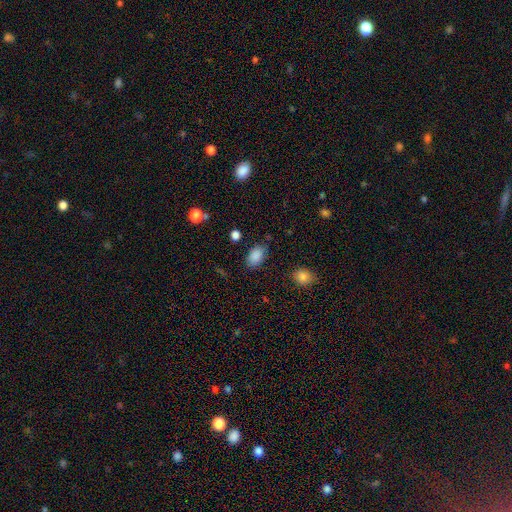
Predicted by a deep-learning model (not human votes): smooth-or-featured: smooth: 87% | star or artifact: 8% | featured or disk: 4%
  how-rounded: in between: 89% | round: 10% | cigar-shaped: 1%
  merging: none: 79% | minor disturbance: 15% | major disturbance: 4% | merger: 2%